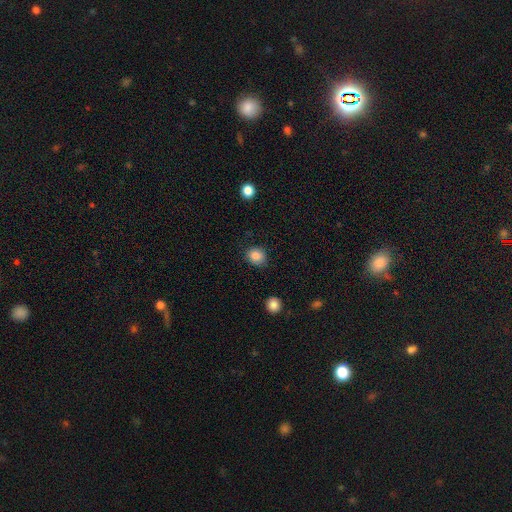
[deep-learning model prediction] The model was most divided on "how rounded": round: 72%, in between: 27%, cigar-shaped: 1%. More confident: merging — none (85%); smooth or featured — smooth (85%).